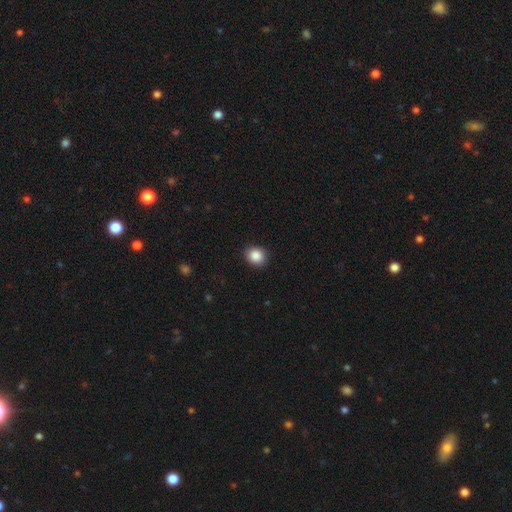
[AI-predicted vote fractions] Smooth or featured?
  - smooth: 88% *
  - star or artifact: 9%
  - featured or disk: 3%
How rounded?
  - round: 75% *
  - in between: 24%
  - cigar-shaped: 1%
Merging?
  - none: 89% *
  - minor disturbance: 8%
  - major disturbance: 2%
  - merger: 1%